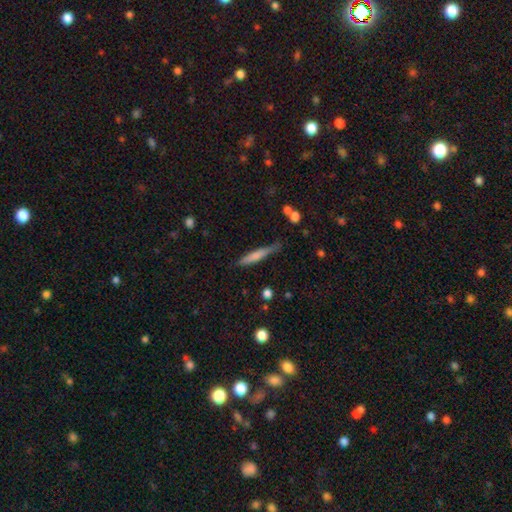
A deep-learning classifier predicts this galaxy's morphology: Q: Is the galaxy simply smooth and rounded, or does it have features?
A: smooth — 68%.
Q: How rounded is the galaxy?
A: cigar-shaped — 92%.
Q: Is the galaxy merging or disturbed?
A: none — 73%.